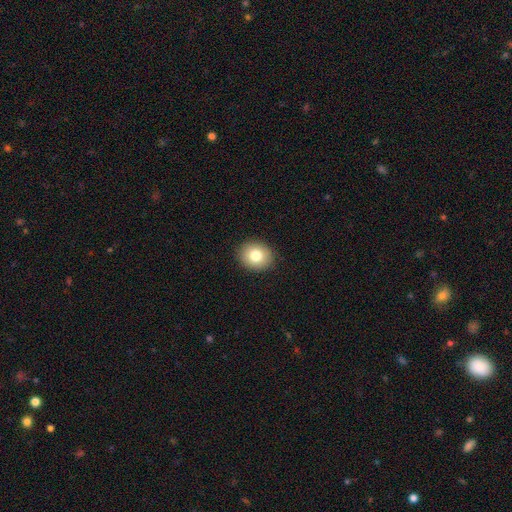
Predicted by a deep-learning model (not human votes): Q: Smooth or featured?
A: smooth (80%); runner-up: featured or disk (10%)
Q: How rounded?
A: round (67%); runner-up: in between (33%)
Q: Merging?
A: none (91%); runner-up: minor disturbance (7%)